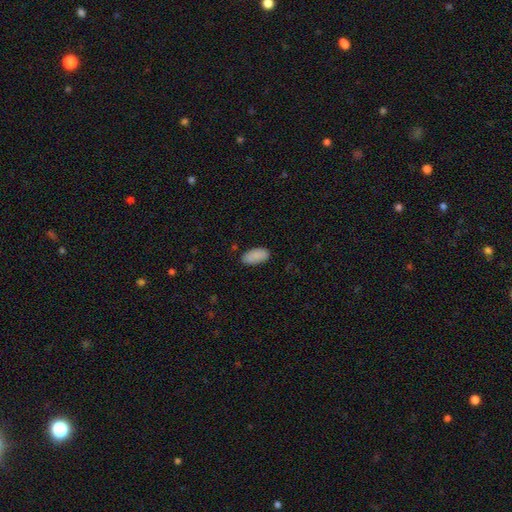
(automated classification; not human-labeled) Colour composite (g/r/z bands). It shows a smooth galaxy with no disk features (88%) that is in between round and cigar-shaped (94%). Merging: none (85%).